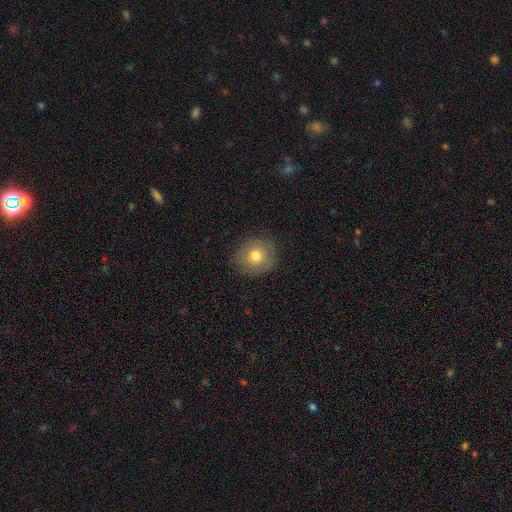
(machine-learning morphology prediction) type=smooth (75%); roundness=round (89%); merging=none (85%).